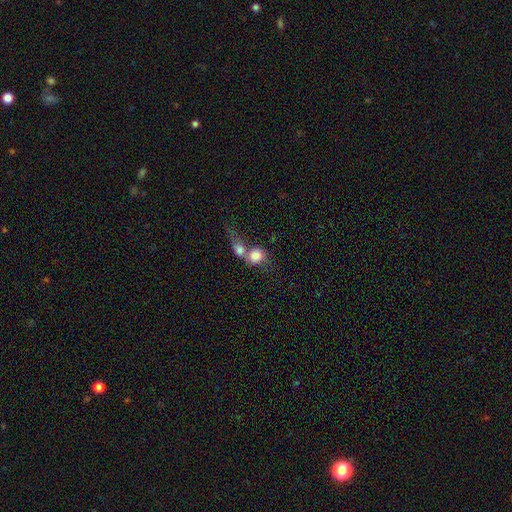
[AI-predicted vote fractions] Morphology: type=smooth (78%); roundness=round (71%); merging=merger (70%).